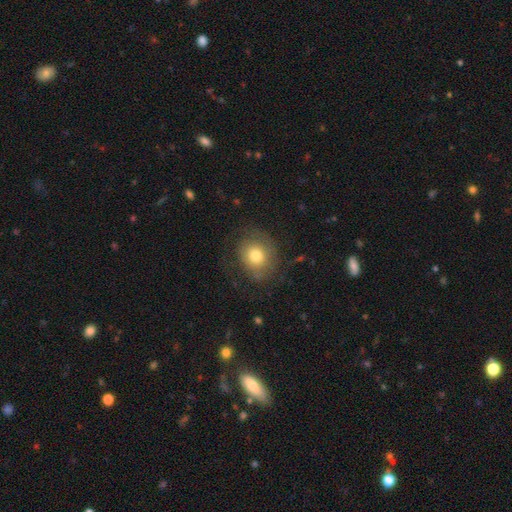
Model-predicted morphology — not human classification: Smooth or featured? Predicted: smooth (p=0.70). How rounded? Predicted: round (p=0.69). Merging? Predicted: none (p=0.67).